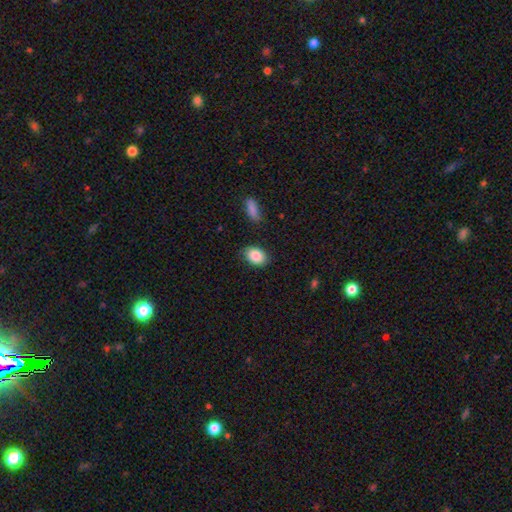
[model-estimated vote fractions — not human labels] Smooth or featured: smooth — 87% (star or artifact — 7%)
How rounded: in between — 81% (round — 18%)
Merging: none — 84% (minor disturbance — 11%)